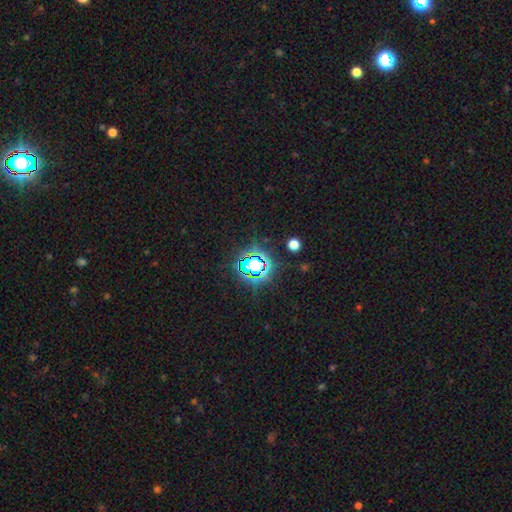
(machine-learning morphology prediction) type=star or artifact (82%).